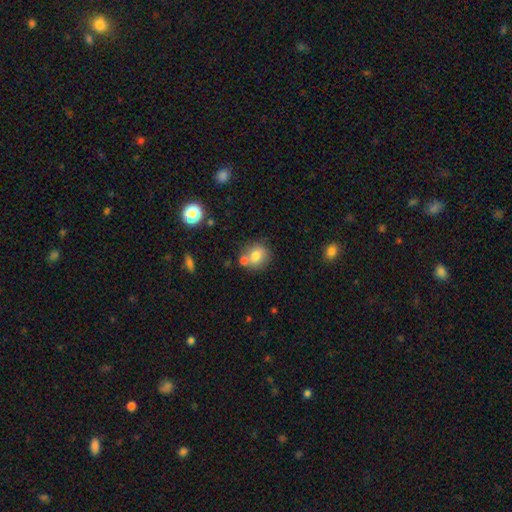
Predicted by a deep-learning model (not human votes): Morphology: type=smooth (78%); roundness=round (76%); merging=none (59%).